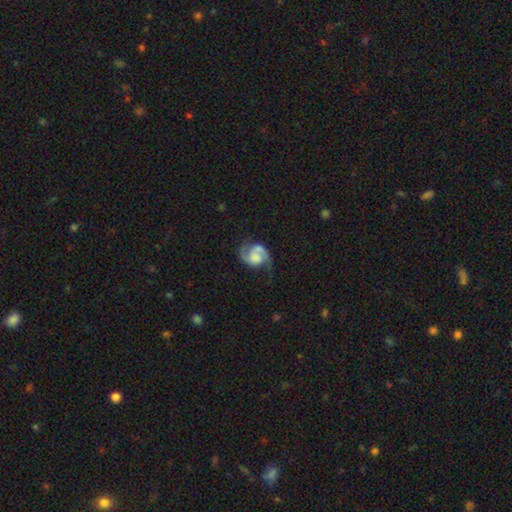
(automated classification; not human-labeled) smooth_or_featured: featured or disk (p=0.82) [alt: smooth p=0.12]
disk_edge_on: no (p=0.98) [alt: yes p=0.02]
bar: no (p=0.61) [alt: weak p=0.32]
has_spiral_arms: yes (p=0.95) [alt: no p=0.05]
spiral_winding: medium (p=0.49) [alt: loose p=0.29]
spiral_arm_count: 2 (p=0.85) [alt: 1 p=0.07]
bulge_size: none (p=0.35) [alt: large p=0.22]
merging: none (p=0.54) [alt: minor disturbance p=0.23]